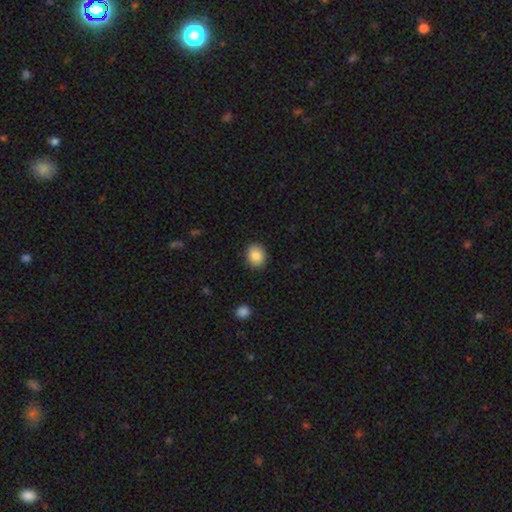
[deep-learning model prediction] Smooth or featured? smooth (85%)
How rounded? round (51%)
Merging? none (88%)